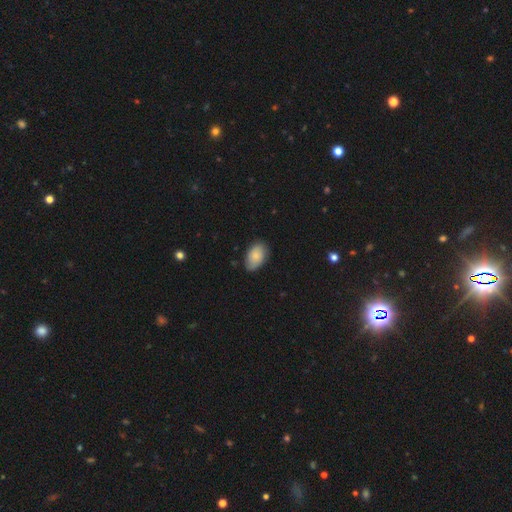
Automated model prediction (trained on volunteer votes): Smooth or featured: smooth — 78% (featured or disk — 15%)
How rounded: in between — 90% (round — 8%)
Merging: none — 71% (minor disturbance — 24%)